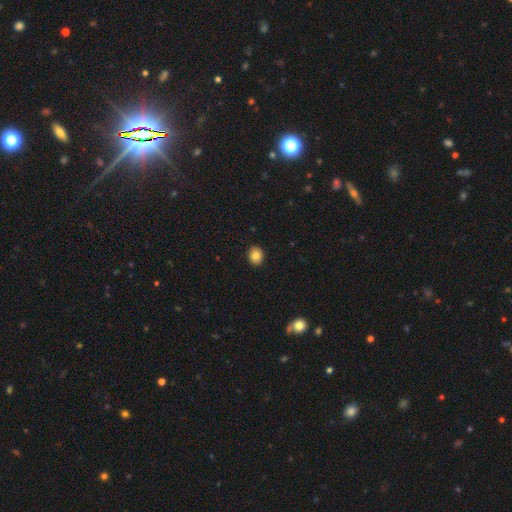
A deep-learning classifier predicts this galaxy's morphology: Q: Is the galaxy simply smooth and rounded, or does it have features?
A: smooth — 84%.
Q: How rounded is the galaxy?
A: round — 53%.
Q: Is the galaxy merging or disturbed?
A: none — 91%.